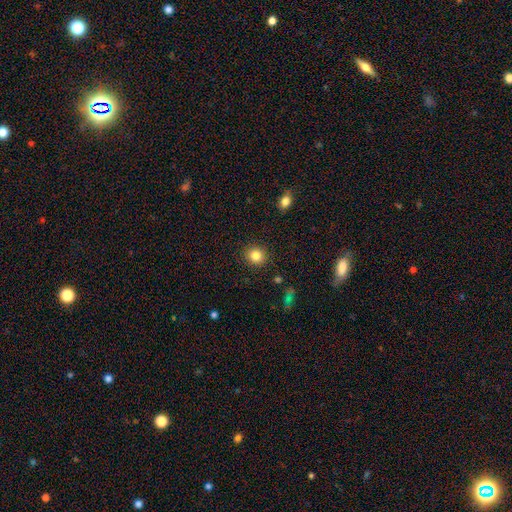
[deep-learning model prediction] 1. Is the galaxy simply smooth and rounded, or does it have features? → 83% smooth, 10% star or artifact, 6% featured or disk.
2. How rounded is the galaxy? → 86% round, 13% in between, 1% cigar-shaped.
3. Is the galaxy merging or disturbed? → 90% none, 6% minor disturbance, 2% major disturbance, 1% merger.